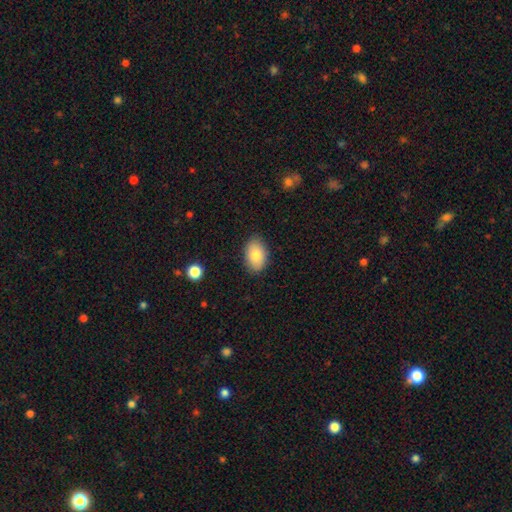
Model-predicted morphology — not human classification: A smooth galaxy with no disk features (82%) that is in between round and cigar-shaped (88%). Merging: none (86%).